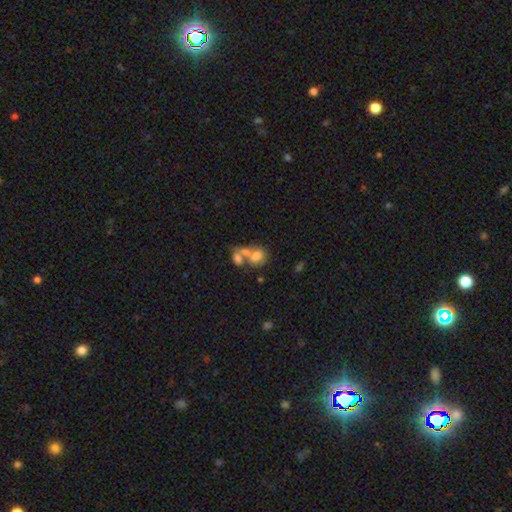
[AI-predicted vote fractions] The model was most divided on "how rounded": in between: 64%, round: 34%, cigar-shaped: 2%. More confident: smooth or featured — smooth (65%); merging — merger (60%).